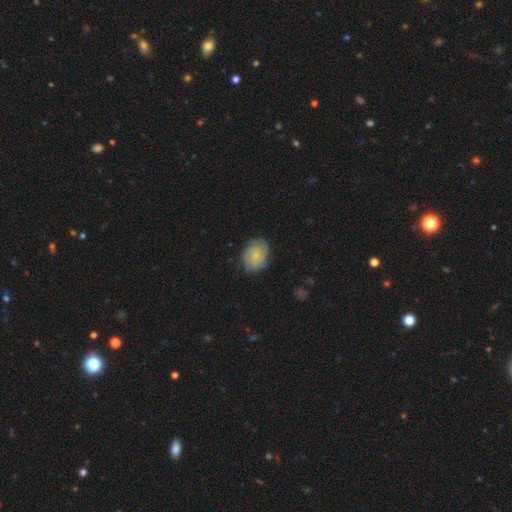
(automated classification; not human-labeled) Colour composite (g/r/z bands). It shows a featured or disk galaxy (69%) with no bar (73%), 2 (40%) tight (65%) spiral arms (94%) and a small central bulge (67%). Merging: none (77%).